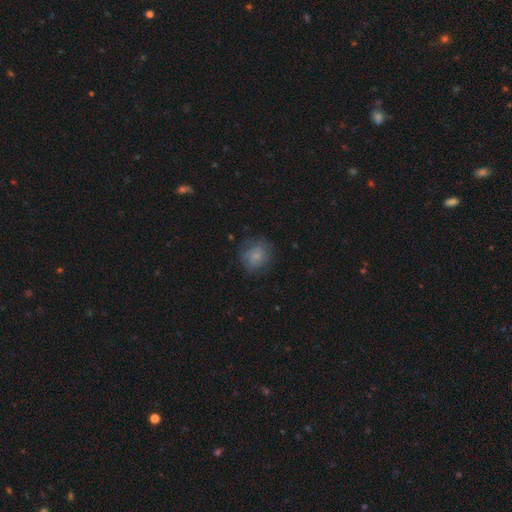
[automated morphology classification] A smooth galaxy with no disk features (72%) that is round (73%).

Vote fractions:
- Smooth or featured? smooth: 72% / featured or disk: 18% / star or artifact: 10%
- How rounded? round: 73% / in between: 26% / cigar-shaped: 1%
- Merging? none: 69% / minor disturbance: 20% / major disturbance: 9% / merger: 1%